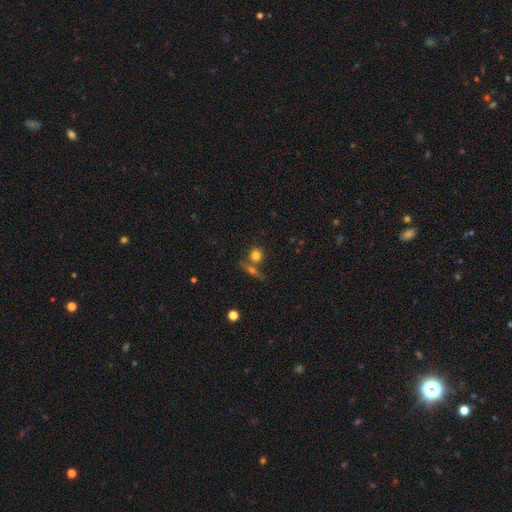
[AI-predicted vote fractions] A smooth galaxy with no disk features (77%) that is round (78%). Merging: none (59%).